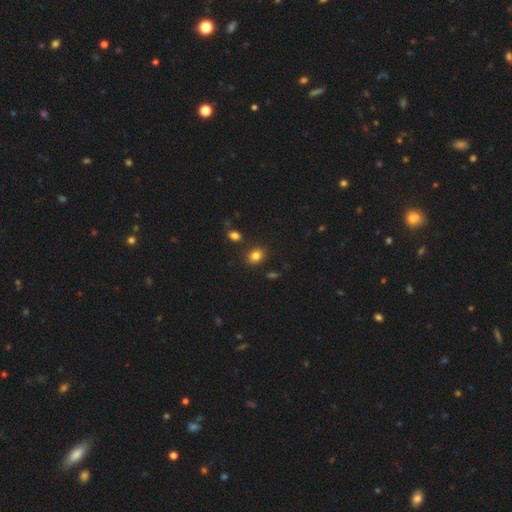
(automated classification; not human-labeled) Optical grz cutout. It shows a smooth galaxy with no disk features (83%) that is round (50%). Merging: none (83%).